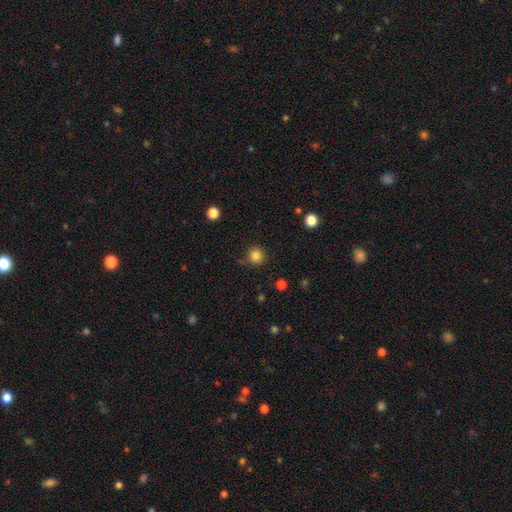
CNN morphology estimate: Smooth or featured: smooth — 83% (star or artifact — 12%)
How rounded: round — 93% (in between — 6%)
Merging: none — 83% (minor disturbance — 11%)